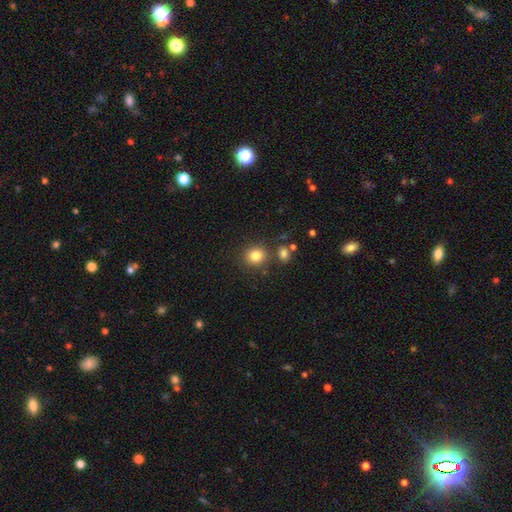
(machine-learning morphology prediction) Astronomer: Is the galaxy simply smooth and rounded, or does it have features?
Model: smooth — 82%.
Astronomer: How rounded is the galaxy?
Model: round — 82%.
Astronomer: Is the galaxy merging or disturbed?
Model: none — 80%.